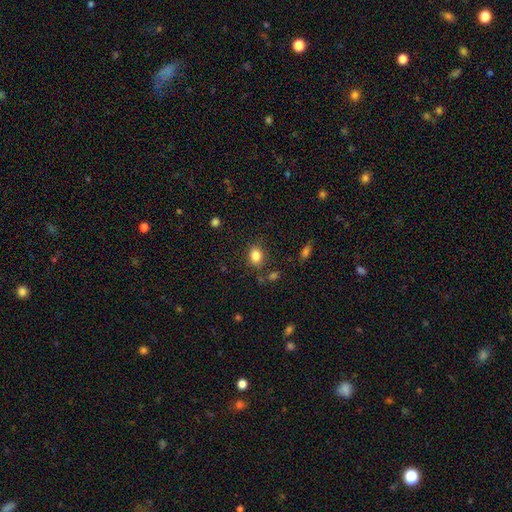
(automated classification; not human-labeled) smooth_or_featured: smooth (p=0.84) [alt: star or artifact p=0.10]
how_rounded: in between (p=0.55) [alt: round p=0.44]
merging: none (p=0.79) [alt: minor disturbance p=0.13]